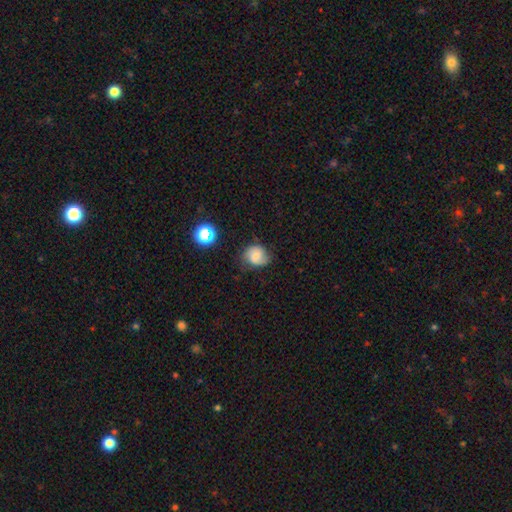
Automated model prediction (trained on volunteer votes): Morphology: type=smooth (51%); roundness=round (71%); merging=none (64%).